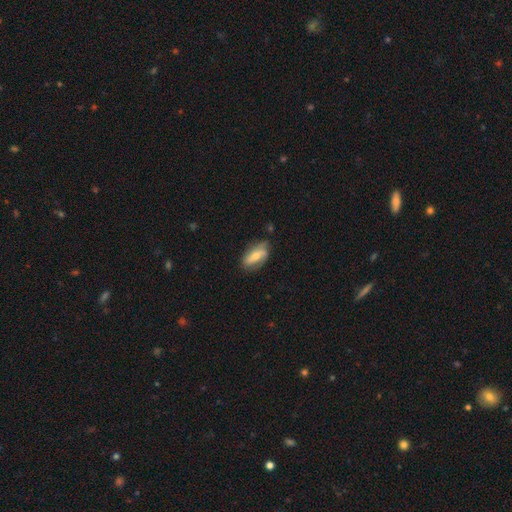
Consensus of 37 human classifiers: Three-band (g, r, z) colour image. It shows a smooth galaxy with no disk features (57%) that is in between round and cigar-shaped (81%). Merging: none (44%, tied with minor disturbance).